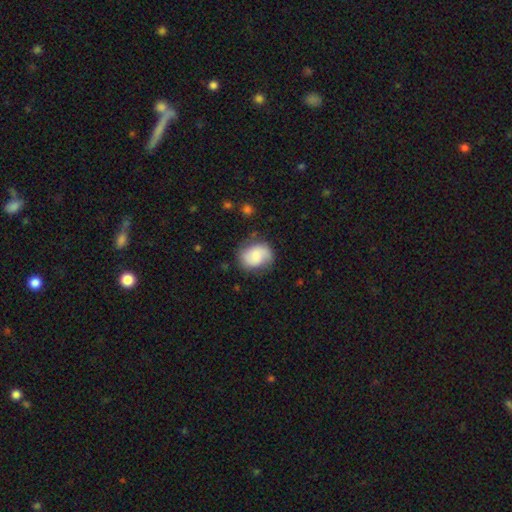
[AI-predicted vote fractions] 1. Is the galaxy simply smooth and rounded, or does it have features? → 57% smooth, 35% featured or disk, 8% star or artifact.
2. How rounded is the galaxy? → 51% round, 48% in between, 1% cigar-shaped.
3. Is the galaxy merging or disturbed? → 71% none, 20% minor disturbance, 7% major disturbance, 2% merger.